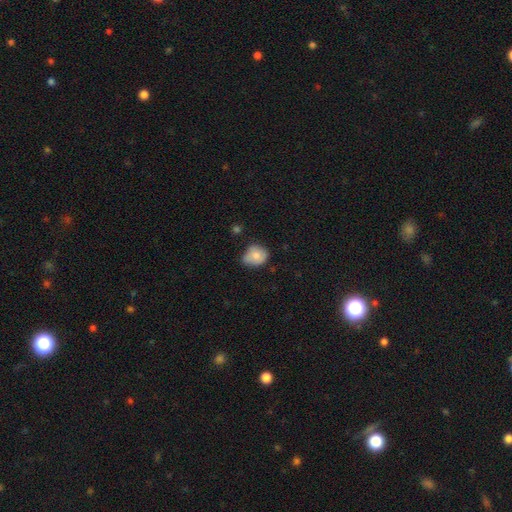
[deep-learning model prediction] Smooth or featured: smooth — 73% (featured or disk — 18%)
How rounded: round — 58% (in between — 42%)
Merging: none — 48% (minor disturbance — 40%)